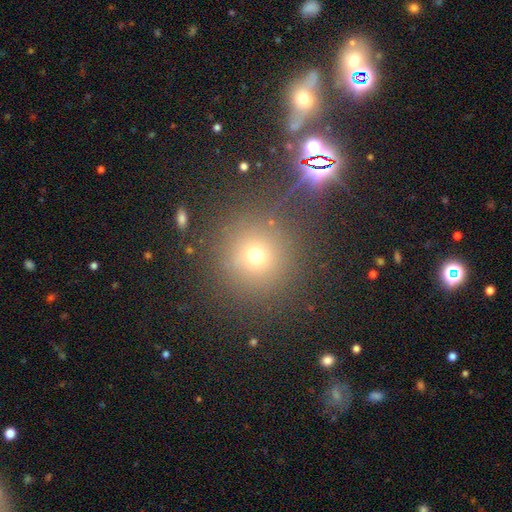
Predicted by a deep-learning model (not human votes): This is possibly a smooth galaxy (60%). How rounded: clearly round (95%). Merging: clearly none (86%).